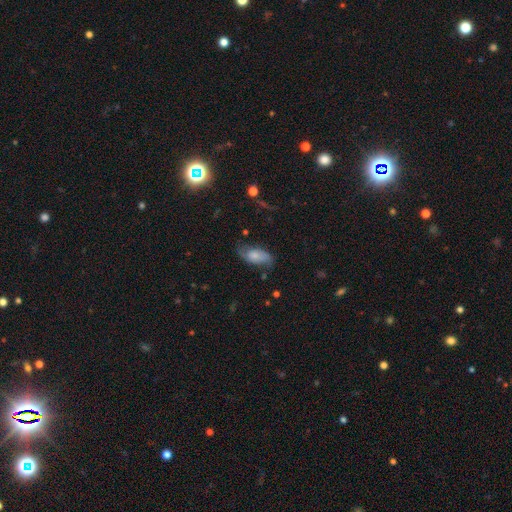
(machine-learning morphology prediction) Smooth or featured? Predicted: smooth (p=0.47). Merging? Predicted: none (p=0.57).